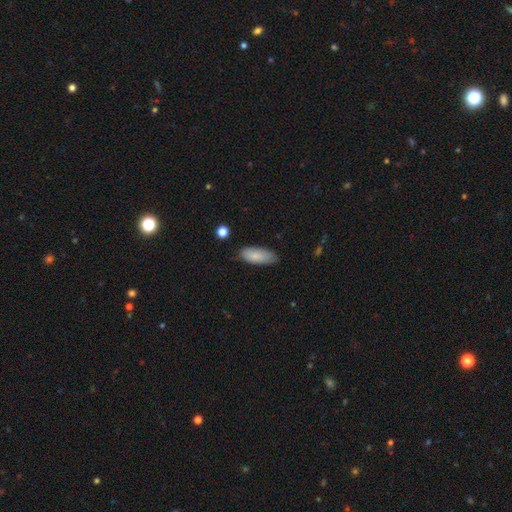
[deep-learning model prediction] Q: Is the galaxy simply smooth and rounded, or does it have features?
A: smooth — 85%.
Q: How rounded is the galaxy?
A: in between — 78%.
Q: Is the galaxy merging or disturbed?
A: none — 76%.